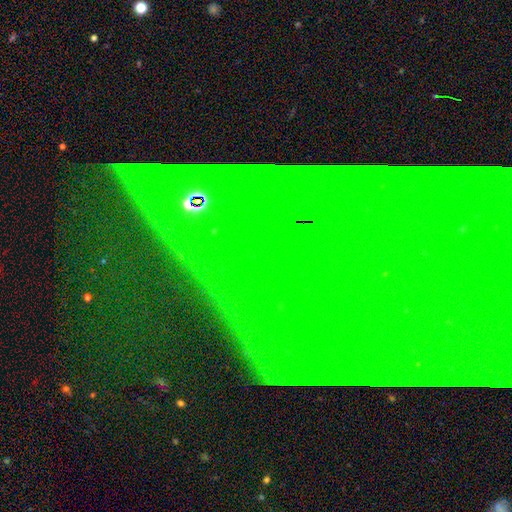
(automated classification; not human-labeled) smooth-or-featured: star or artifact: 83% | featured or disk: 9% | smooth: 8%